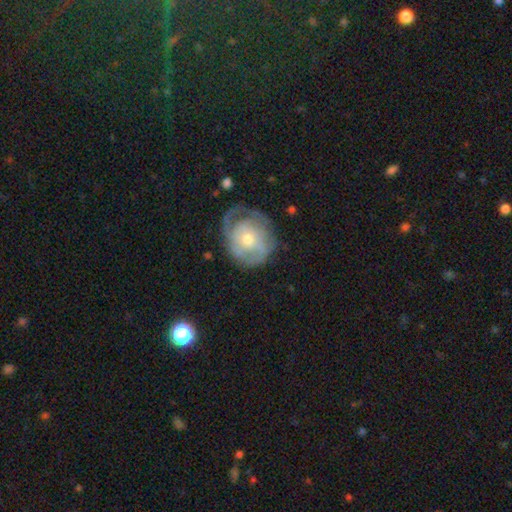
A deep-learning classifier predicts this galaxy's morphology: A featured or disk galaxy (54%) with no bar (69%), spiral arms (74%) and a moderate central bulge (55%). Merging: none (81%).